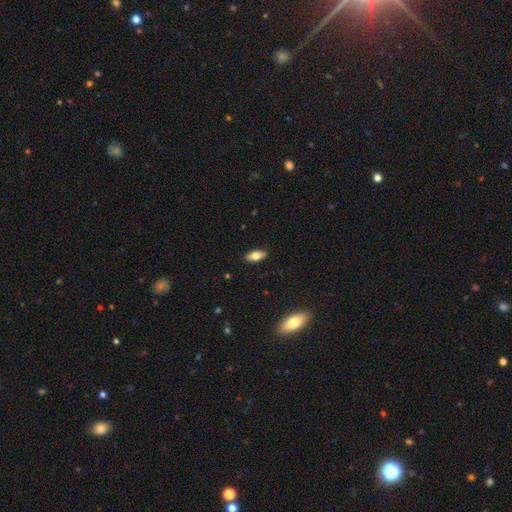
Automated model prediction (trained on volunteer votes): Smooth or featured?
  - smooth: 73% *
  - featured or disk: 20%
  - star or artifact: 7%
How rounded?
  - in between: 83% *
  - cigar-shaped: 14%
  - round: 3%
Merging?
  - none: 89% *
  - minor disturbance: 8%
  - major disturbance: 2%
  - merger: 1%